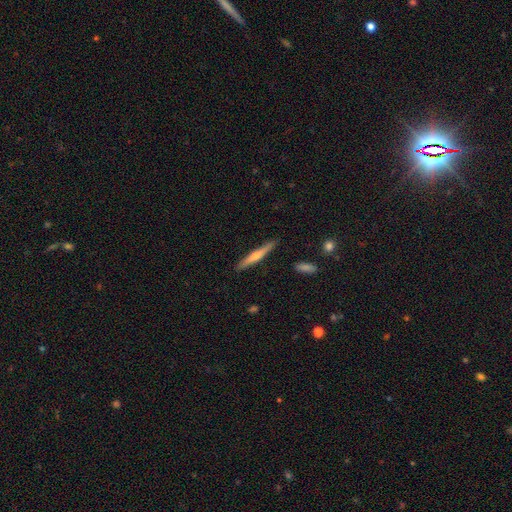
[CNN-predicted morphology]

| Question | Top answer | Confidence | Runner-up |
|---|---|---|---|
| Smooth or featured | featured or disk | 59% | smooth (34%) |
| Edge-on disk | yes | 97% | no (3%) |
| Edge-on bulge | rounded | 79% | none (16%) |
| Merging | none | 90% | minor disturbance (7%) |